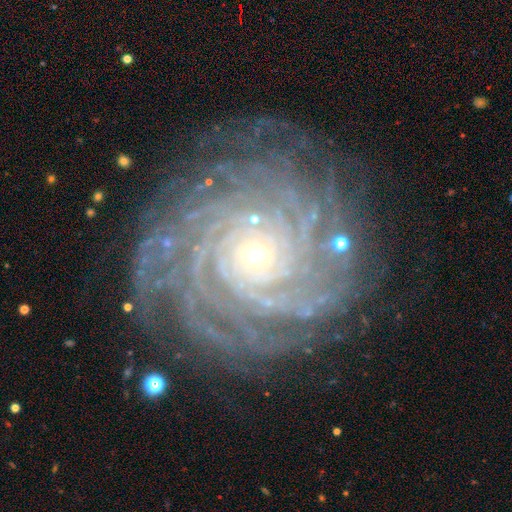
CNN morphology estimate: A featured or disk galaxy (90%) with no bar (73%), more than 4 (42%) tight (87%) spiral arms (98%) and a small central bulge (80%). Merging: none (83%).